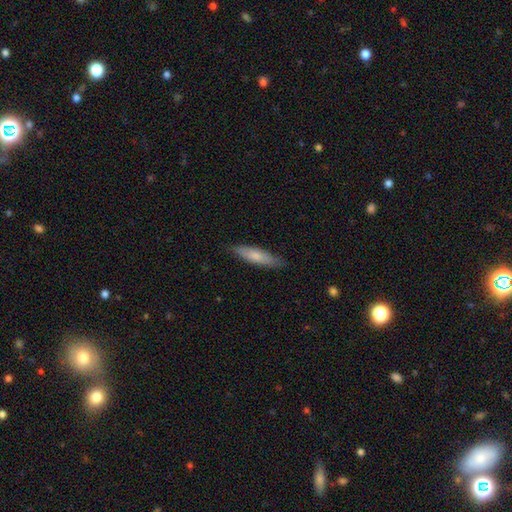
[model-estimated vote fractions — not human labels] A smooth galaxy with no disk features (72%) that is cigar-shaped (72%). Merging: none (84%).